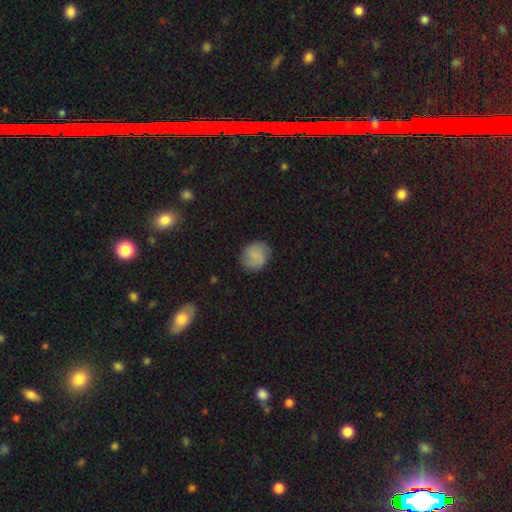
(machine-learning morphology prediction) smooth_or_featured: smooth (p=0.61) [alt: featured or disk p=0.30]
how_rounded: round (p=0.72) [alt: in between p=0.26]
merging: none (p=0.81) [alt: minor disturbance p=0.14]